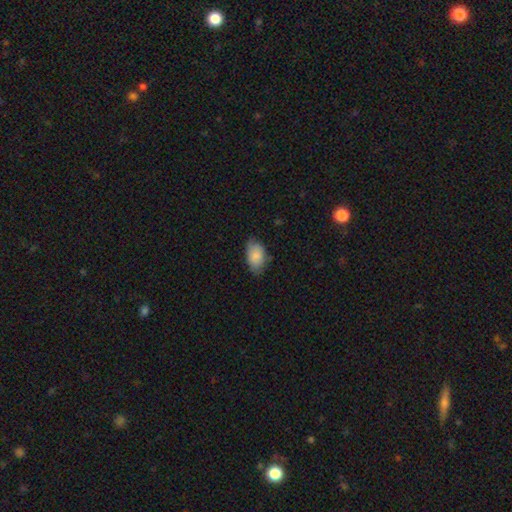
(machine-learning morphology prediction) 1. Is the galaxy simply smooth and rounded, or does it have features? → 85% smooth, 9% featured or disk, 6% star or artifact.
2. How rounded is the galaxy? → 92% in between, 6% round, 2% cigar-shaped.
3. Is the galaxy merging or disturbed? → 69% none, 25% minor disturbance, 4% major disturbance, 1% merger.